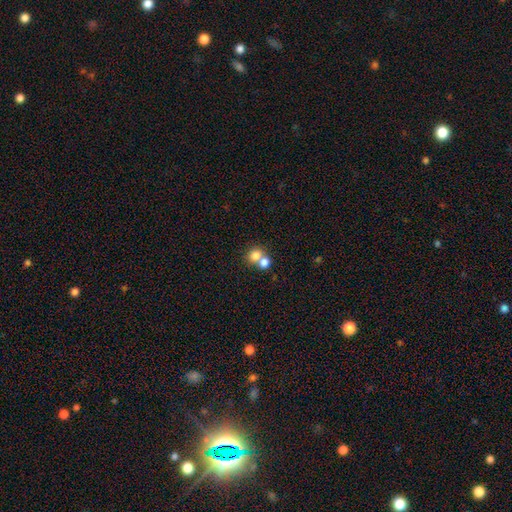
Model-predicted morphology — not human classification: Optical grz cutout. It shows a smooth galaxy with no disk features (78%) that is round (74%). Merging: merger (52%).